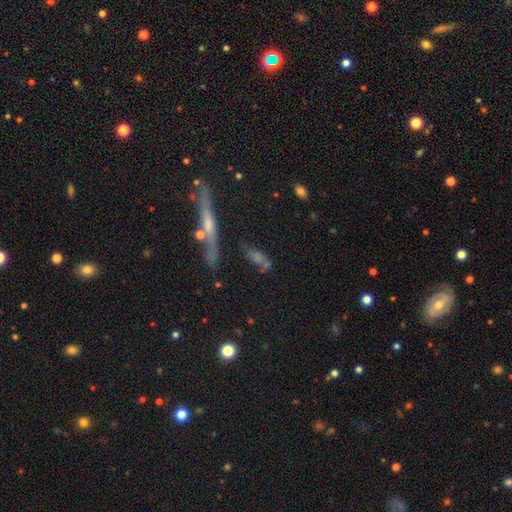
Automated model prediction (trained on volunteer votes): Smooth or featured? featured or disk (40%, tied with smooth)
Merging? none (60%)